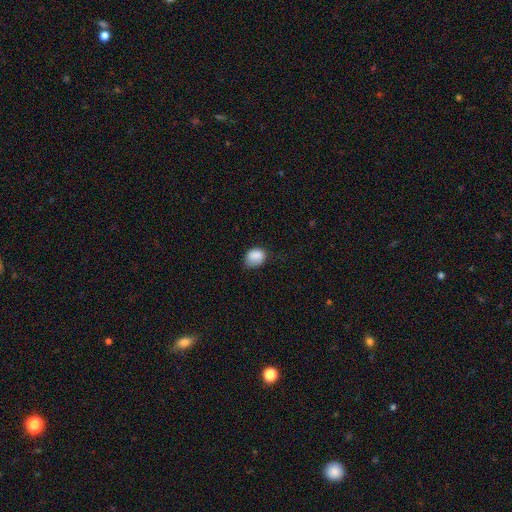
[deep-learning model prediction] smooth_or_featured: smooth (p=0.85) [alt: star or artifact p=0.08]
how_rounded: in between (p=0.62) [alt: round p=0.37]
merging: none (p=0.57) [alt: minor disturbance p=0.32]